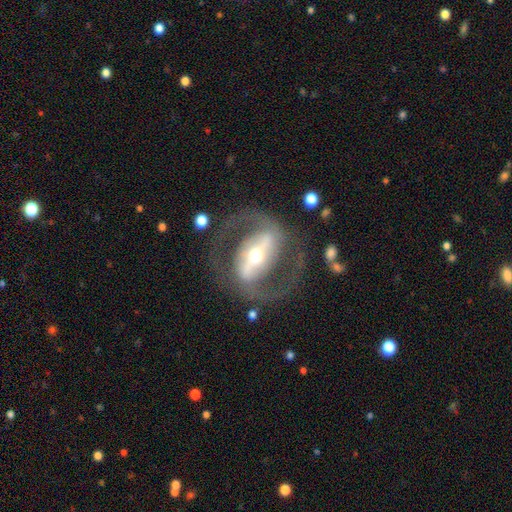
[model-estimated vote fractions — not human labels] A featured or disk galaxy (88%) with a strong bar (72%), 2 (90%) medium (55%) spiral arms (83%) and a moderate central bulge (58%). Merging: none (76%).